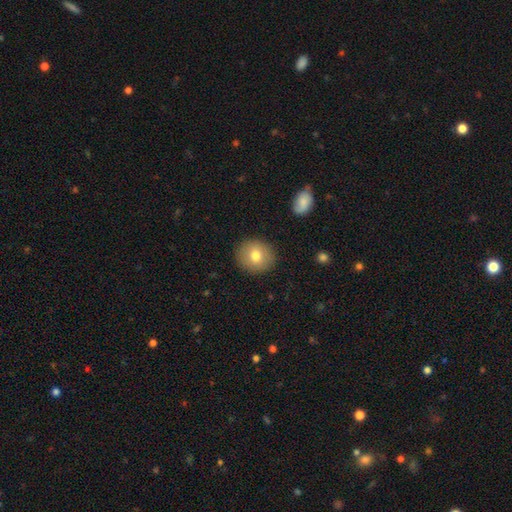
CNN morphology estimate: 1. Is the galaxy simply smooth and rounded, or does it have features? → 76% smooth, 15% featured or disk, 9% star or artifact.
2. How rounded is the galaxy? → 86% round, 13% in between, 1% cigar-shaped.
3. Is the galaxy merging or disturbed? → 90% none, 7% minor disturbance, 2% major disturbance, 1% merger.